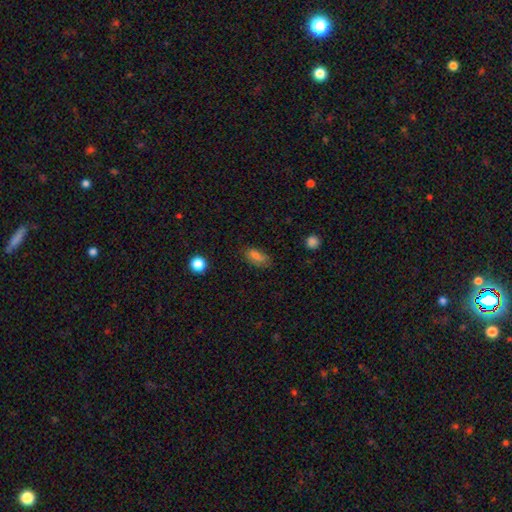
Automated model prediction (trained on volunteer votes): This appears to be a smooth galaxy with no disk features (78%) that is in between round and cigar-shaped (84%). Merging: none (74%).